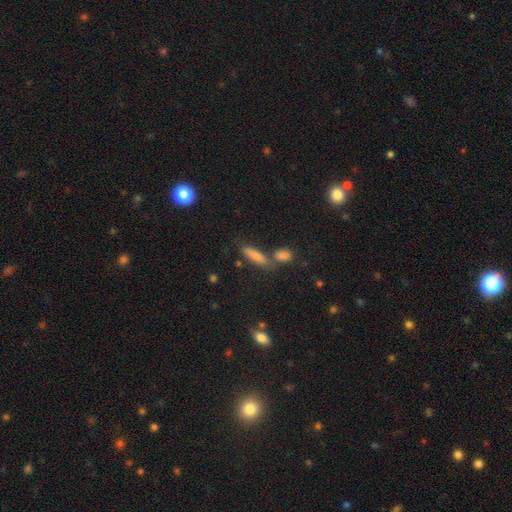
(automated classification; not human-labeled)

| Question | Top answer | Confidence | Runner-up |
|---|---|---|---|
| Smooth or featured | smooth | 72% | featured or disk (14%) |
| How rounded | cigar-shaped | 65% | in between (31%) |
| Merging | none | 58% | merger (26%) |